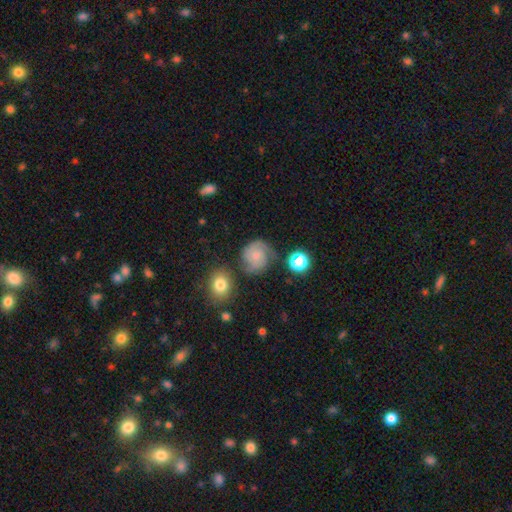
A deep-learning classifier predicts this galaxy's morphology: smooth_or_featured: featured or disk (p=0.58) [alt: smooth p=0.32]
disk_edge_on: no (p=0.98) [alt: yes p=0.02]
bar: no (p=0.75) [alt: weak p=0.22]
has_spiral_arms: yes (p=0.92) [alt: no p=0.08]
spiral_winding: medium (p=0.43) [alt: tight p=0.40]
spiral_arm_count: 2 (p=0.61) [alt: can't tell p=0.16]
bulge_size: small (p=0.60) [alt: moderate p=0.18]
merging: none (p=0.65) [alt: minor disturbance p=0.20]